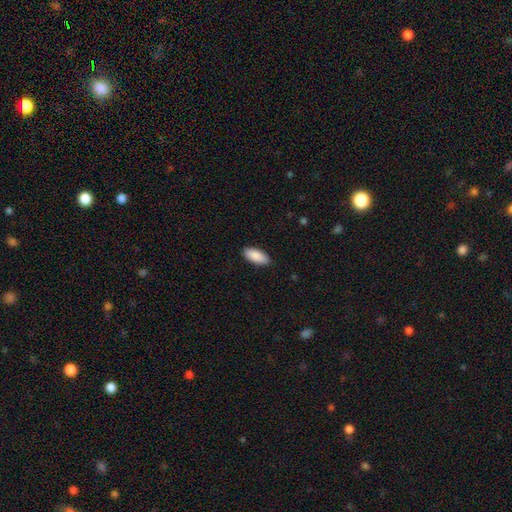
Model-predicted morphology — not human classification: type=smooth (90%); roundness=in between (88%); merging=none (88%).